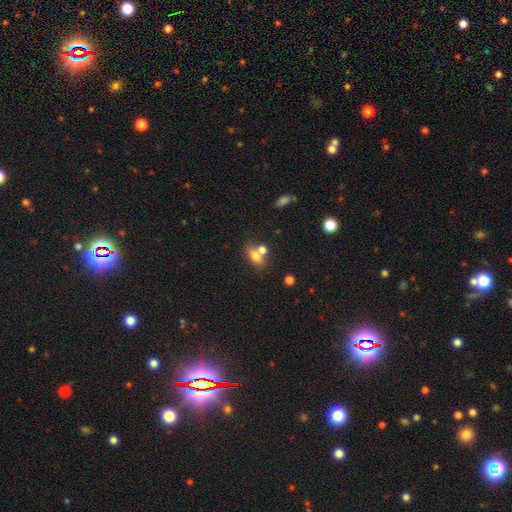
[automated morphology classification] type=smooth (74%); roundness=in between (76%); merging=none (46%).